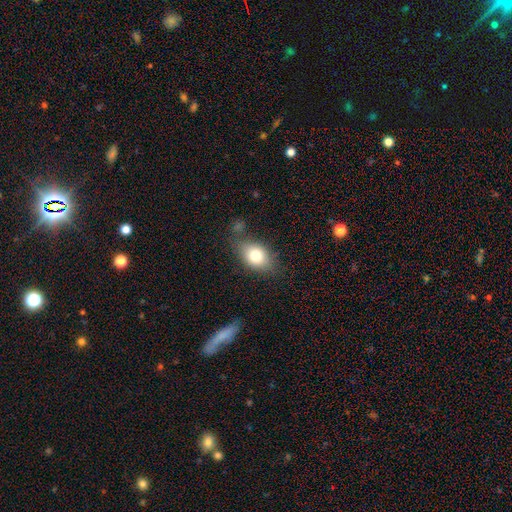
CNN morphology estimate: The model was most divided on "merging": none: 66%, minor disturbance: 20%, major disturbance: 7%, merger: 6%. More confident: how rounded — in between (79%); smooth or featured — smooth (78%).